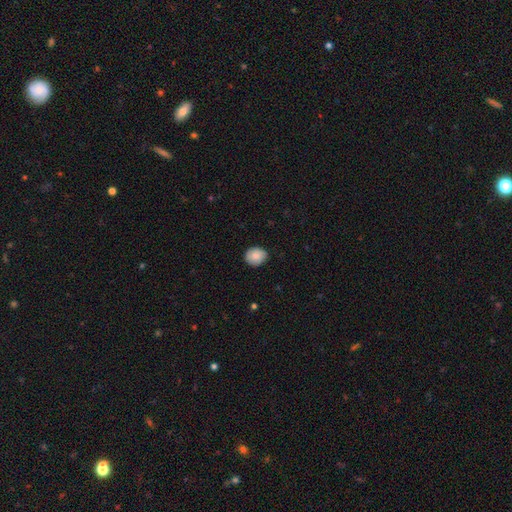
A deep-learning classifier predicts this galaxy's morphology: The model was most divided on "how rounded": round: 64%, in between: 35%, cigar-shaped: 1%. More confident: smooth or featured — smooth (86%); merging — none (86%).